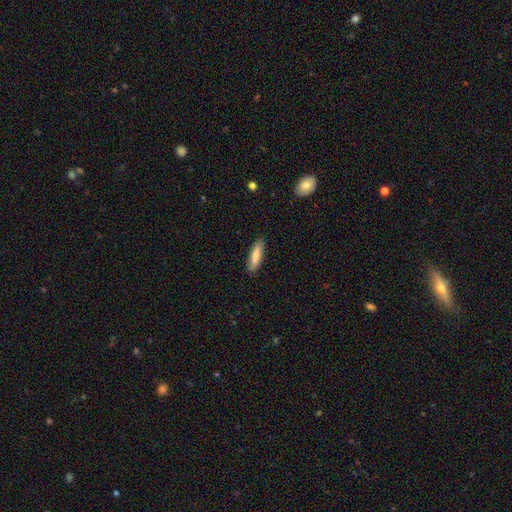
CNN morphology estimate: Smooth or featured? smooth (74%)
How rounded? cigar-shaped (59%)
Merging? none (86%)